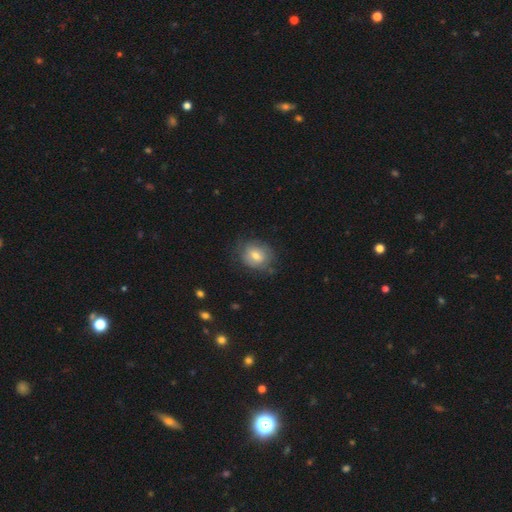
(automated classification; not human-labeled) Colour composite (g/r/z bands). It shows a smooth galaxy with no disk features (60%) that is round (63%). Merging: none (70%).